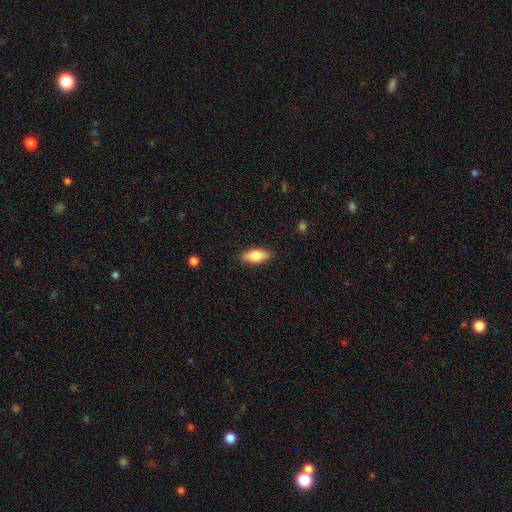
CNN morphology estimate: smooth_or_featured: smooth (p=0.76) [alt: featured or disk p=0.18]
how_rounded: in between (p=0.83) [alt: cigar-shaped p=0.14]
merging: none (p=0.87) [alt: minor disturbance p=0.10]